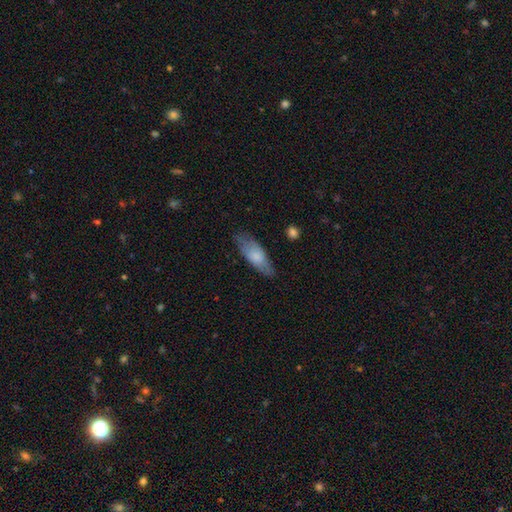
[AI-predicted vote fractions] Overall: smooth (71%). How rounded: in between (65%; cigar-shaped 33%). Merging: none (72%).